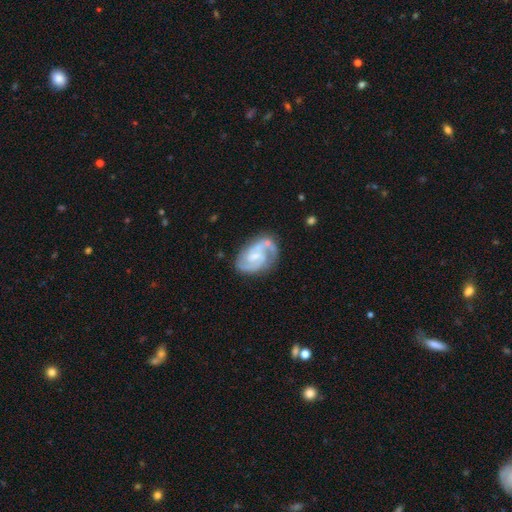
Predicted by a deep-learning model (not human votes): Q: Smooth or featured?
A: featured or disk (84%); runner-up: smooth (11%)
Q: Edge-on disk?
A: no (98%); runner-up: yes (2%)
Q: Bar?
A: weak (53%); runner-up: no (35%)
Q: Spiral arms?
A: yes (95%); runner-up: no (5%)
Q: Spiral winding?
A: medium (51%); runner-up: tight (35%)
Q: Spiral arm count?
A: 2 (79%); runner-up: can't tell (8%)
Q: Bulge size?
A: small (45%); runner-up: moderate (29%)
Q: Merging?
A: none (63%); runner-up: minor disturbance (21%)